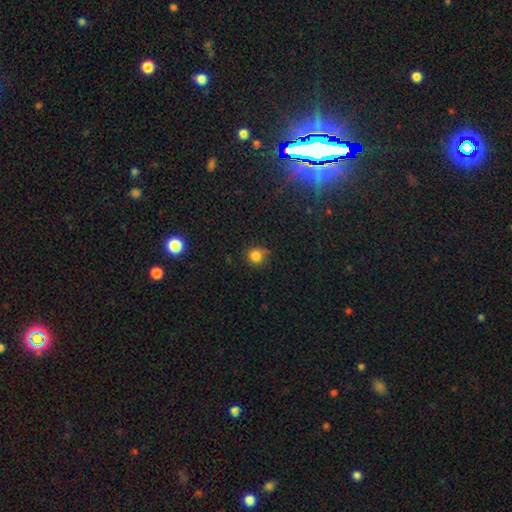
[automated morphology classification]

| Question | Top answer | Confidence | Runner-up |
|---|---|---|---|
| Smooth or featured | smooth | 82% | star or artifact (13%) |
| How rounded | round | 90% | in between (9%) |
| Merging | none | 71% | minor disturbance (22%) |